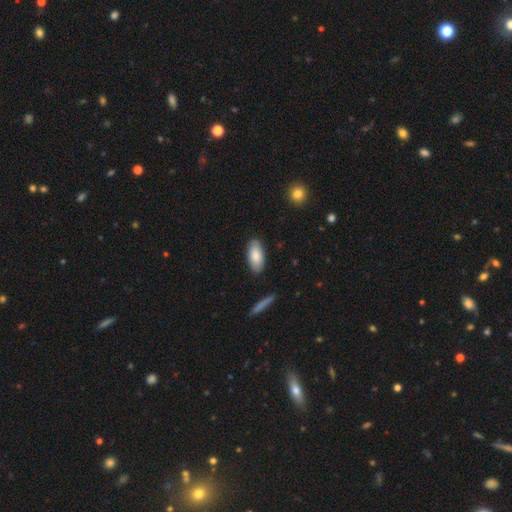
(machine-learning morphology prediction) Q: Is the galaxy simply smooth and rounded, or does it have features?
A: smooth — 81%.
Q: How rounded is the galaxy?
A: in between — 91%.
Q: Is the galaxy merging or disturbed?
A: none — 84%.